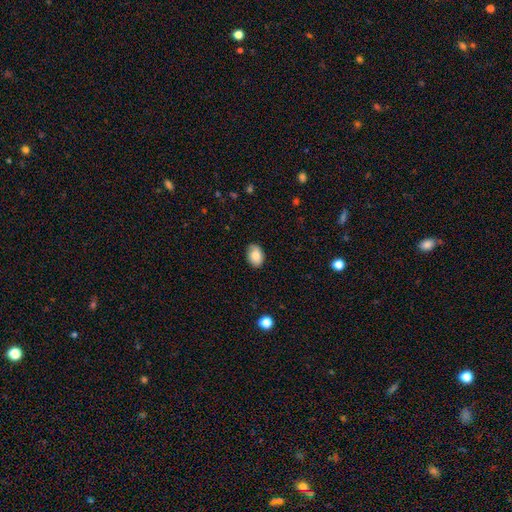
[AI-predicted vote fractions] Q: Smooth or featured?
A: smooth (85%); runner-up: featured or disk (7%)
Q: How rounded?
A: in between (82%); runner-up: round (17%)
Q: Merging?
A: none (84%); runner-up: minor disturbance (13%)